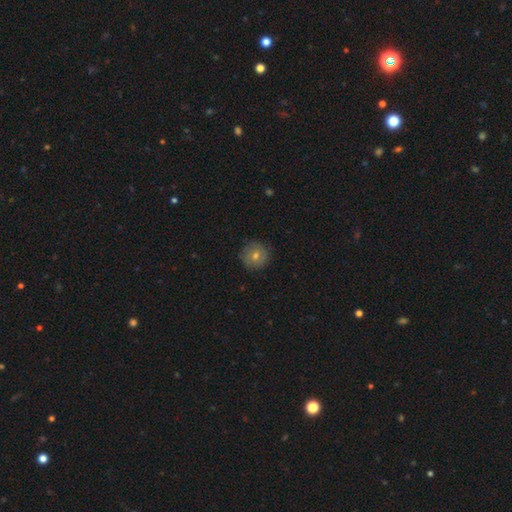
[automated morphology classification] This is likely a smooth galaxy (63%). How rounded: clearly round (95%). Merging: clearly none (89%).